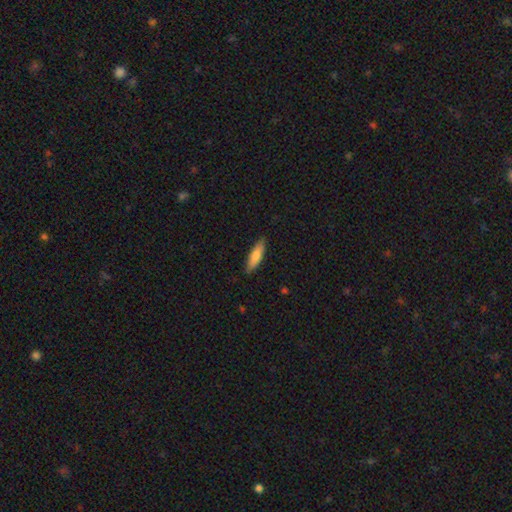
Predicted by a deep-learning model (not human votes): smooth 77%, featured or disk 18%, star or artifact 5%. Down the decision tree: how rounded — cigar-shaped (58%); merging — none (87%).